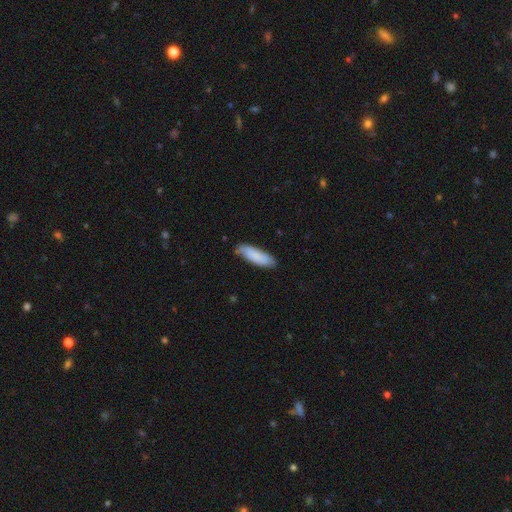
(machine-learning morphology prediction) smooth-or-featured: smooth: 81% | featured or disk: 13% | star or artifact: 6%
  how-rounded: in between: 51% | cigar-shaped: 47% | round: 1%
  merging: none: 74% | minor disturbance: 21% | major disturbance: 3% | merger: 2%